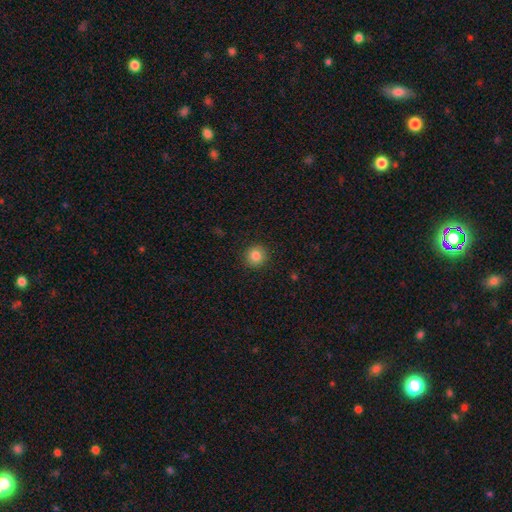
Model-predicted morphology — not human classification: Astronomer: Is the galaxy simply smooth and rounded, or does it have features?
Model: smooth — 85%.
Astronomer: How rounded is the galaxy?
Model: round — 92%.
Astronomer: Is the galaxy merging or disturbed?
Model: none — 90%.